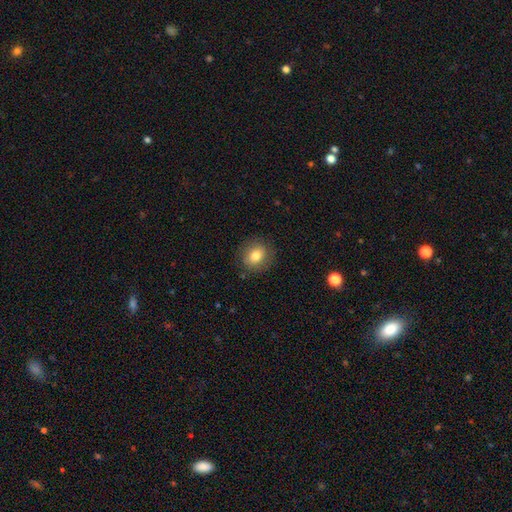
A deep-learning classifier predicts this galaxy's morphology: Smooth or featured? Predicted: smooth (p=0.79). How rounded? Predicted: round (p=0.68). Merging? Predicted: none (p=0.86).